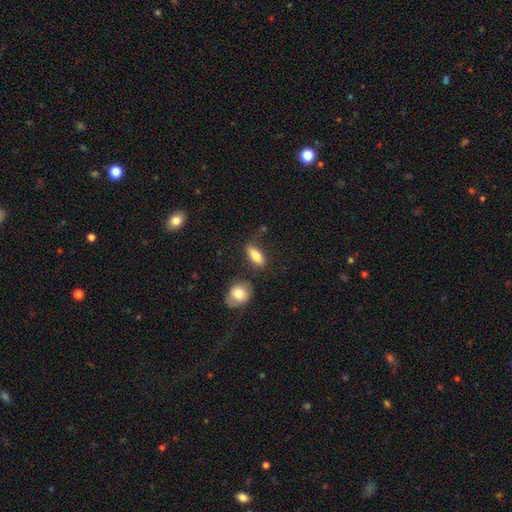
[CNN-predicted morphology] A smooth galaxy with no disk features (75%) that is in between round and cigar-shaped (79%). Merging: none (63%).